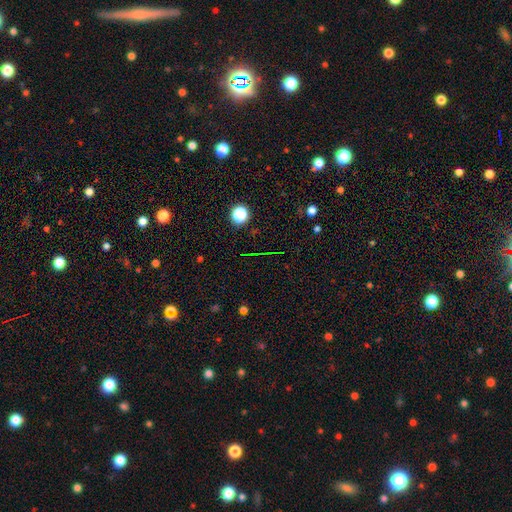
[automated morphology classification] type=star or artifact (70%).